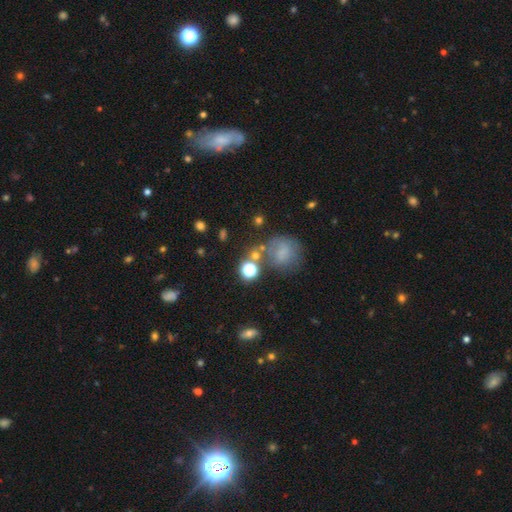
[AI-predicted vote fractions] smooth_or_featured: smooth (p=0.58) [alt: star or artifact p=0.25]
how_rounded: round (p=0.79) [alt: in between p=0.19]
merging: none (p=0.54) [alt: minor disturbance p=0.18]